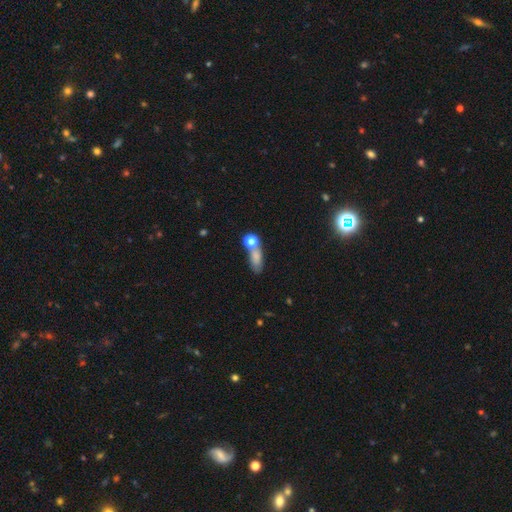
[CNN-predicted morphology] A smooth galaxy with no disk features (74%) that is in between round and cigar-shaped (62%).

Vote fractions:
- Smooth or featured? smooth: 74% / star or artifact: 13% / featured or disk: 13%
- How rounded? in between: 62% / cigar-shaped: 21% / round: 17%
- Merging? none: 48% / merger: 28% / minor disturbance: 16% / major disturbance: 9%